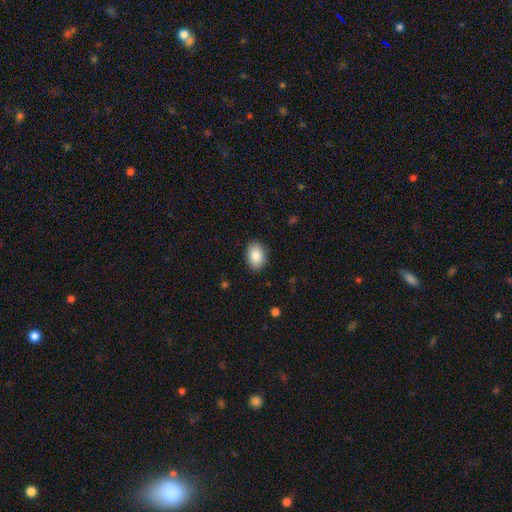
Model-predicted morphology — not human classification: Q: Smooth or featured?
A: smooth (86%); runner-up: featured or disk (7%)
Q: How rounded?
A: in between (81%); runner-up: round (18%)
Q: Merging?
A: none (88%); runner-up: minor disturbance (9%)